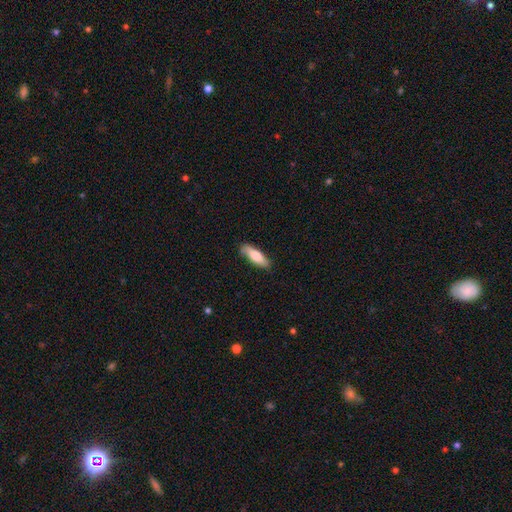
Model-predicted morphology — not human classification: Q: Smooth or featured?
A: smooth (77%); runner-up: featured or disk (18%)
Q: How rounded?
A: in between (51%); runner-up: cigar-shaped (47%)
Q: Merging?
A: none (79%); runner-up: minor disturbance (16%)